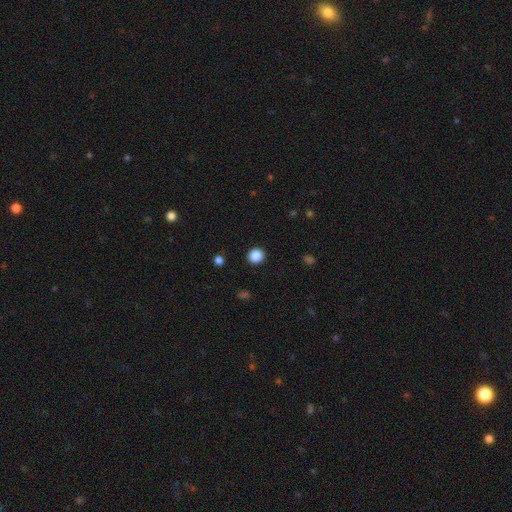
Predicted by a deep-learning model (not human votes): Smooth or featured: smooth — 88% (star or artifact — 10%)
How rounded: round — 92% (in between — 7%)
Merging: none — 92% (minor disturbance — 5%)